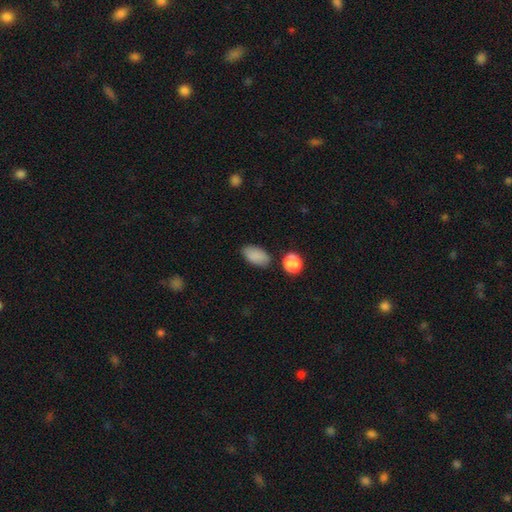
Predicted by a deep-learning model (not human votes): Smooth or featured?
  - smooth: 86% *
  - star or artifact: 8%
  - featured or disk: 5%
How rounded?
  - in between: 92% *
  - round: 6%
  - cigar-shaped: 2%
Merging?
  - none: 78% *
  - minor disturbance: 14%
  - merger: 4%
  - major disturbance: 3%